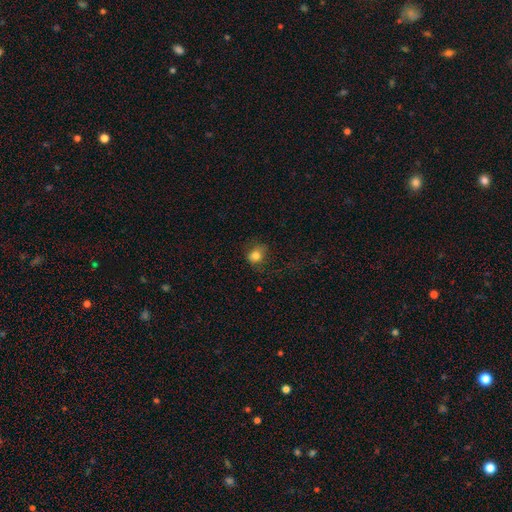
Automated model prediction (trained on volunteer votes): smooth 81%, star or artifact 11%, featured or disk 7%. Down the decision tree: how rounded — round (70%); merging — none (68%).